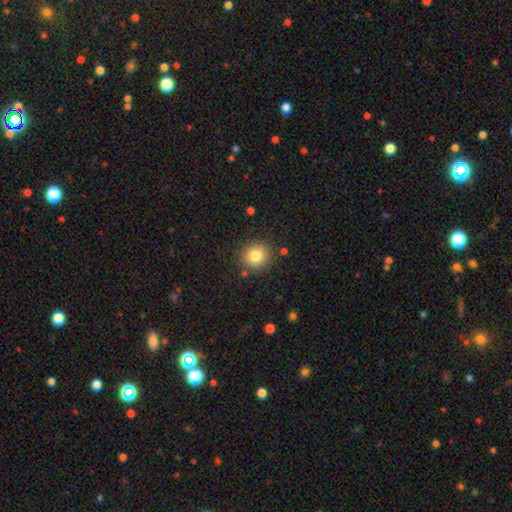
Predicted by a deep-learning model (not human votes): smooth 82%, star or artifact 11%, featured or disk 7%. Down the decision tree: how rounded — round (89%); merging — none (85%).